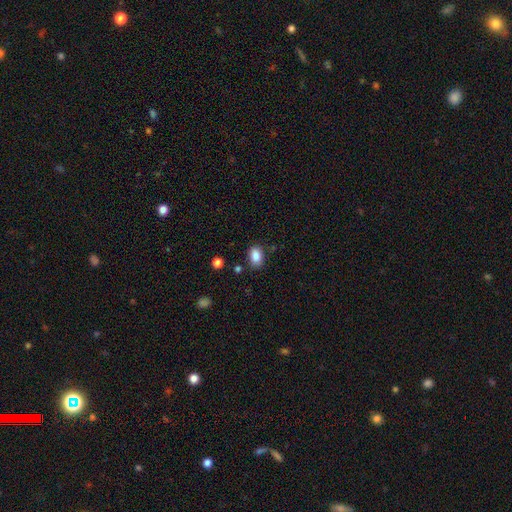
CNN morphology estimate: This is clearly a smooth galaxy (87%). How rounded: clearly in between (83%). Merging: likely none (80%).